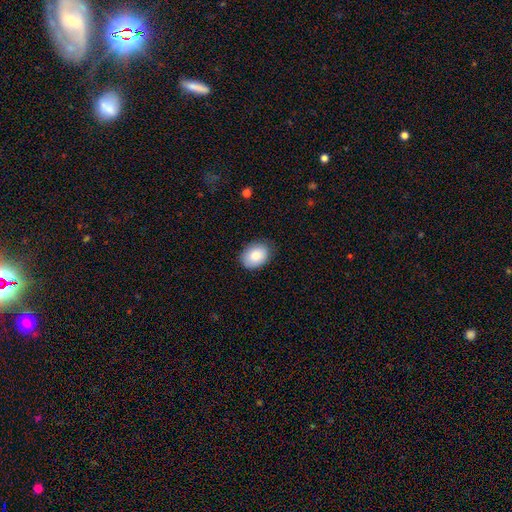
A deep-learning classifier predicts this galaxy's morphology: A smooth galaxy with no disk features (85%) that is in between round and cigar-shaped (70%). Merging: none (82%).